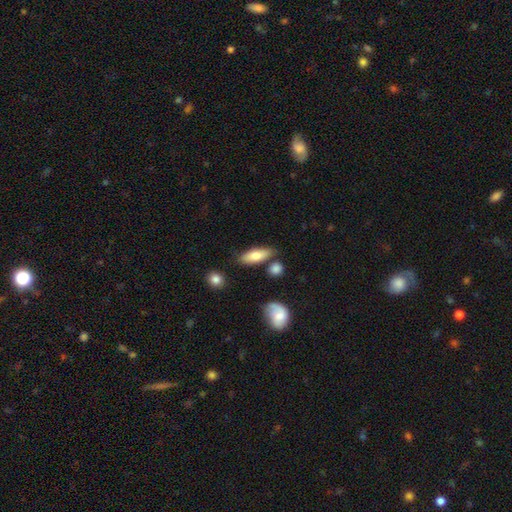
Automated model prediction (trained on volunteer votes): The model was most divided on "how rounded": in between: 65%, cigar-shaped: 32%, round: 3%. More confident: smooth or featured — smooth (72%); merging — none (71%).